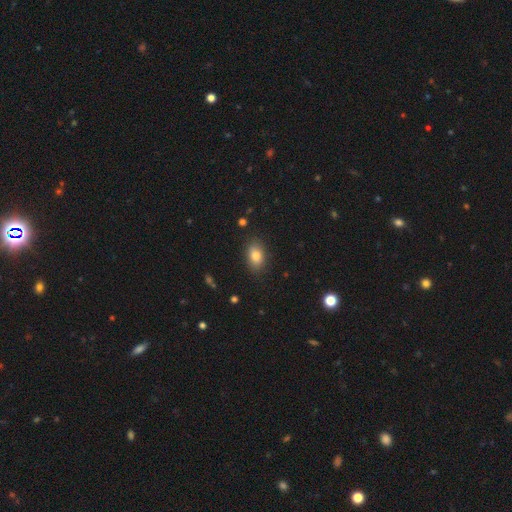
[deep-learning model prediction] smooth 82%, featured or disk 9%, star or artifact 9%. Down the decision tree: how rounded — in between (85%); merging — none (85%).